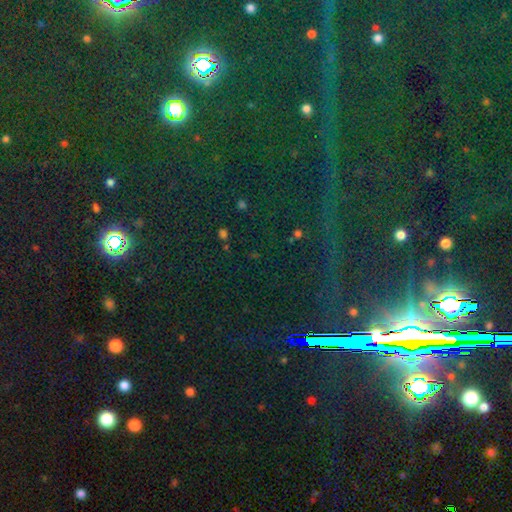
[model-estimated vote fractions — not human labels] smooth_or_featured: star or artifact (p=0.85) [alt: smooth p=0.08]